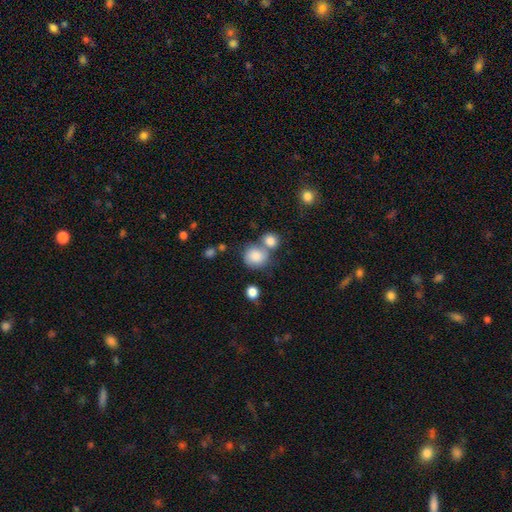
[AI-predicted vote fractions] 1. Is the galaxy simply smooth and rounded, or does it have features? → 83% smooth, 8% star or artifact, 8% featured or disk.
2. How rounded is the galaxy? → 80% round, 19% in between, 1% cigar-shaped.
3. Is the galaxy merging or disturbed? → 47% none, 37% merger, 11% minor disturbance, 5% major disturbance.